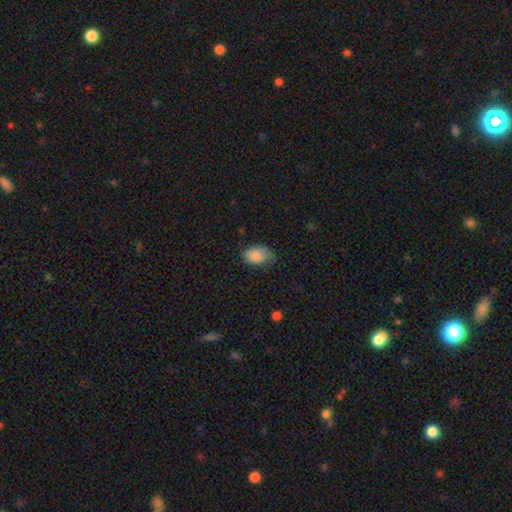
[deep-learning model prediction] Smooth or featured? smooth (87%)
How rounded? in between (87%)
Merging? none (66%)